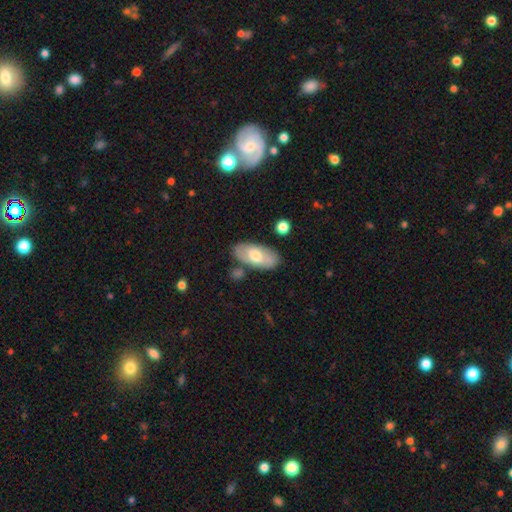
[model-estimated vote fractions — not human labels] This appears to be a smooth galaxy with no disk features (58%) that is in between round and cigar-shaped (92%). Merging: none (76%).